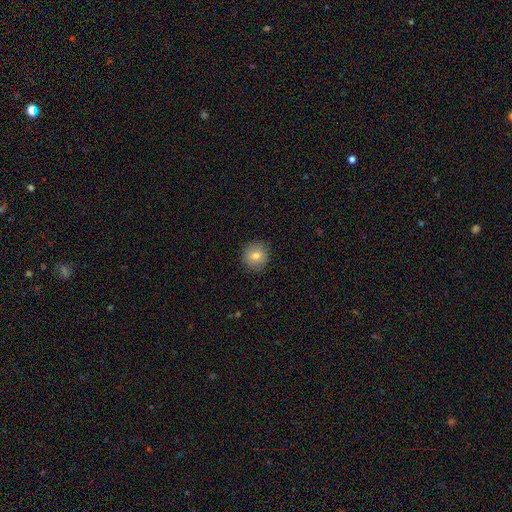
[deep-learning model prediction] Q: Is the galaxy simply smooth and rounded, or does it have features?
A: smooth — 79%.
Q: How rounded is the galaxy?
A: round — 93%.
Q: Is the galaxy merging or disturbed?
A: none — 90%.